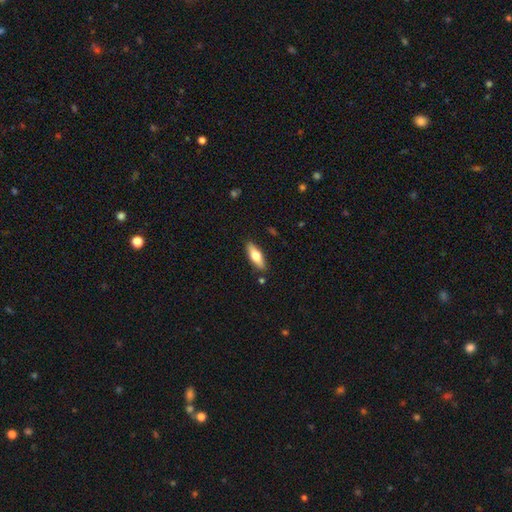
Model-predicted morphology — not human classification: Smooth or featured: smooth — 61% (featured or disk — 34%)
How rounded: in between — 57% (cigar-shaped — 41%)
Merging: none — 86% (minor disturbance — 10%)